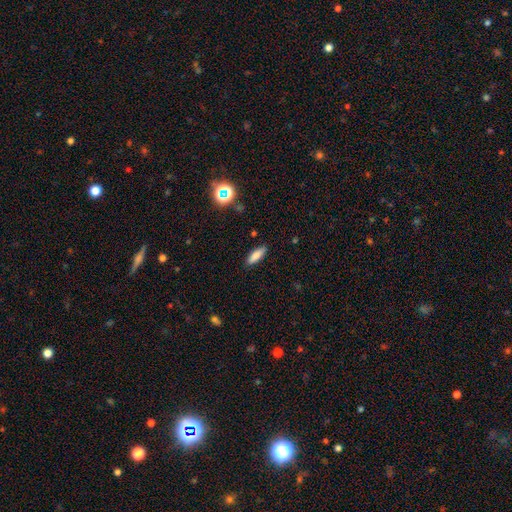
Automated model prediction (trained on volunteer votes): A smooth galaxy with no disk features (81%) that is in between round and cigar-shaped (52%).

Vote fractions:
- Smooth or featured? smooth: 81% / featured or disk: 10% / star or artifact: 9%
- How rounded? in between: 52% / cigar-shaped: 45% / round: 2%
- Merging? none: 88% / minor disturbance: 9% / major disturbance: 2% / merger: 1%